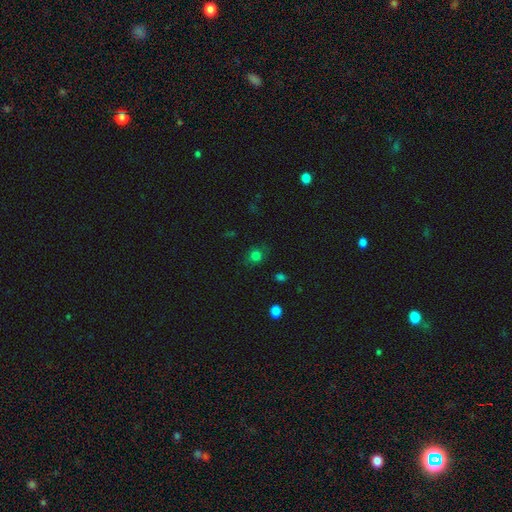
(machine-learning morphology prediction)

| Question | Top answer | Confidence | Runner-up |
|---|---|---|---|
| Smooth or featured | smooth | 78% | star or artifact (16%) |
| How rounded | round | 78% | in between (21%) |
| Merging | none | 79% | minor disturbance (14%) |